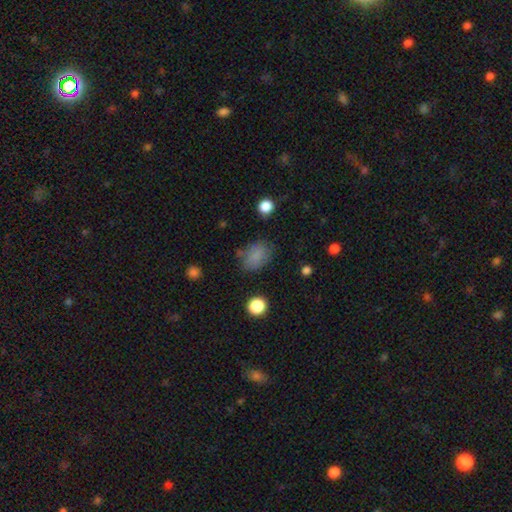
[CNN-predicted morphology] type=smooth (82%); roundness=in between (68%); merging=none (70%).